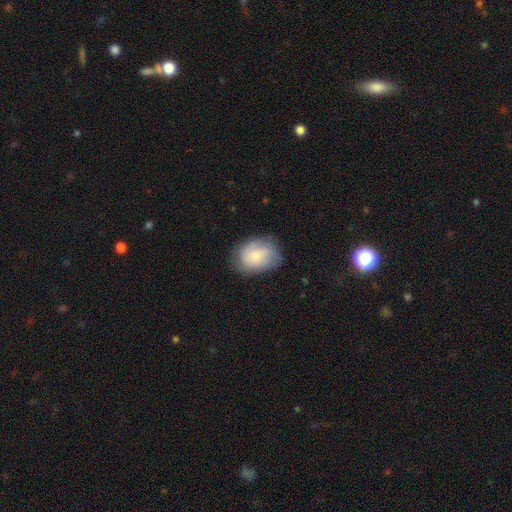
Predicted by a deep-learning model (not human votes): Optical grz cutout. It shows a smooth galaxy with no disk features (64%) that is in between round and cigar-shaped (63%). Merging: none (70%).